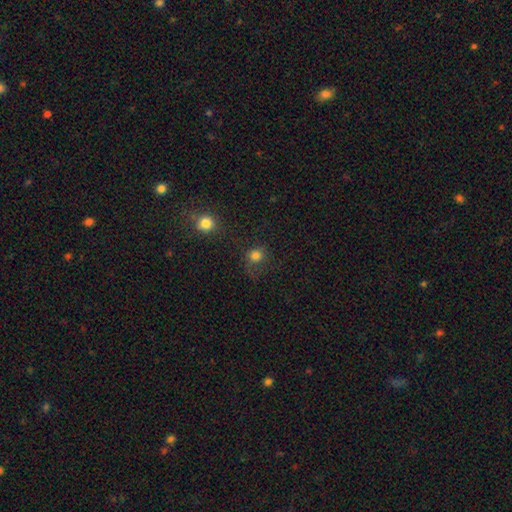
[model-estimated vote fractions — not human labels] smooth 78%, star or artifact 15%, featured or disk 7%. Down the decision tree: how rounded — round (86%); merging — none (67%).